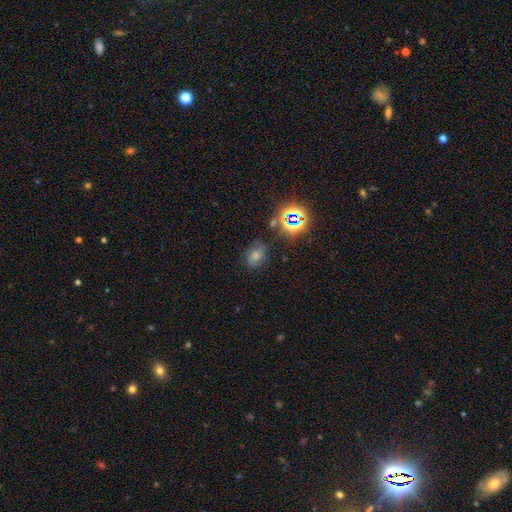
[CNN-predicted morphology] A smooth galaxy with no disk features (47%).

Vote fractions:
- Smooth or featured? smooth: 47% / star or artifact: 27% / featured or disk: 26%
- Merging? none: 69% / minor disturbance: 21% / major disturbance: 7% / merger: 3%